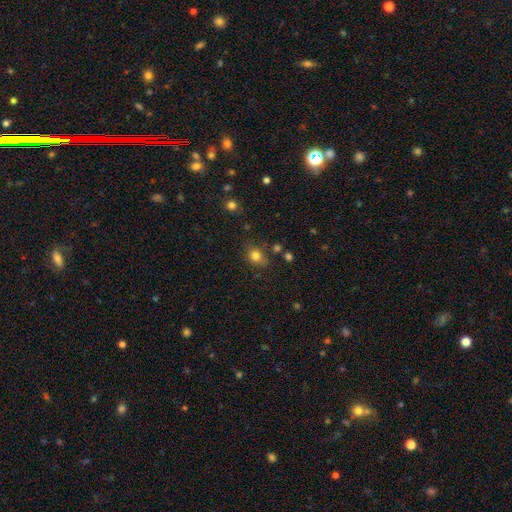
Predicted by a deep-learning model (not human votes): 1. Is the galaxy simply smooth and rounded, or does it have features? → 80% smooth, 13% star or artifact, 7% featured or disk.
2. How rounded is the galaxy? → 54% round, 45% in between, 1% cigar-shaped.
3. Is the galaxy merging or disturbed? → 72% none, 19% minor disturbance, 5% major disturbance, 4% merger.